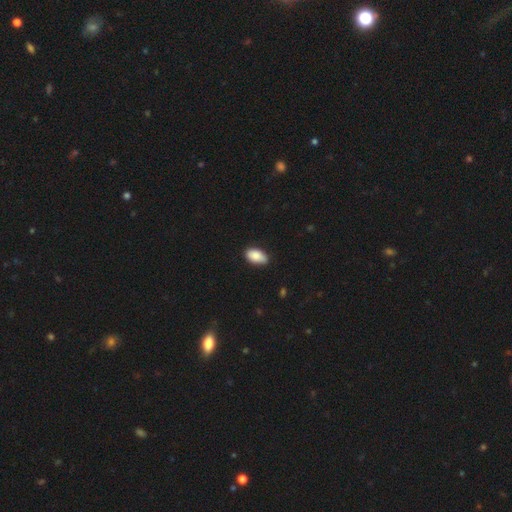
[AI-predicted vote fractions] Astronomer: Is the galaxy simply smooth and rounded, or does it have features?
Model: smooth — 88%.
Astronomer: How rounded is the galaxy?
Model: in between — 94%.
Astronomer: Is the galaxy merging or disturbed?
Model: none — 80%.